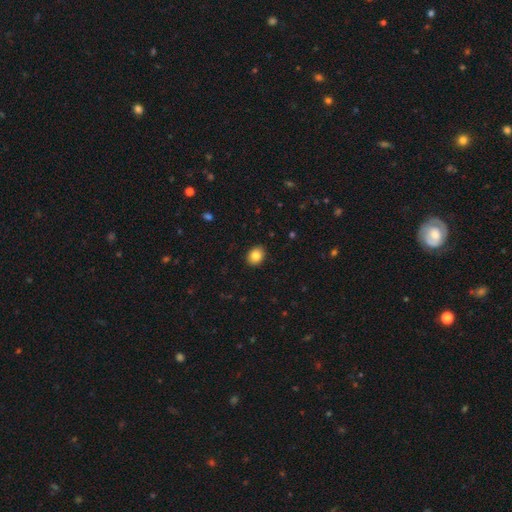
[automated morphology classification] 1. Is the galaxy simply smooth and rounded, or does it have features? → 84% smooth, 9% star or artifact, 7% featured or disk.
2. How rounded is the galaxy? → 51% round, 48% in between, 1% cigar-shaped.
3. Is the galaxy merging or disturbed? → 90% none, 7% minor disturbance, 2% major disturbance, 1% merger.